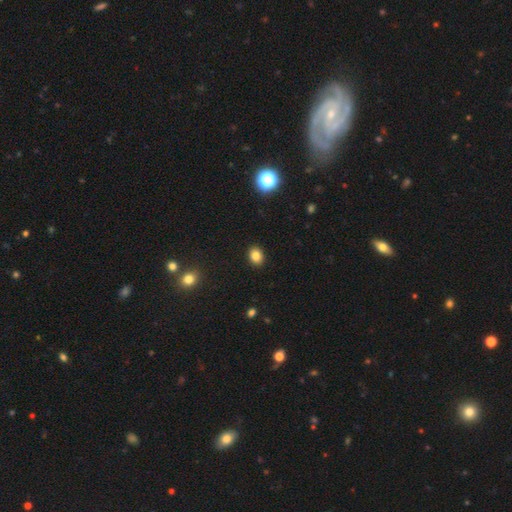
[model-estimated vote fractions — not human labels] Smooth or featured: smooth — 83% (star or artifact — 12%)
How rounded: in between — 56% (round — 43%)
Merging: none — 90% (minor disturbance — 7%)